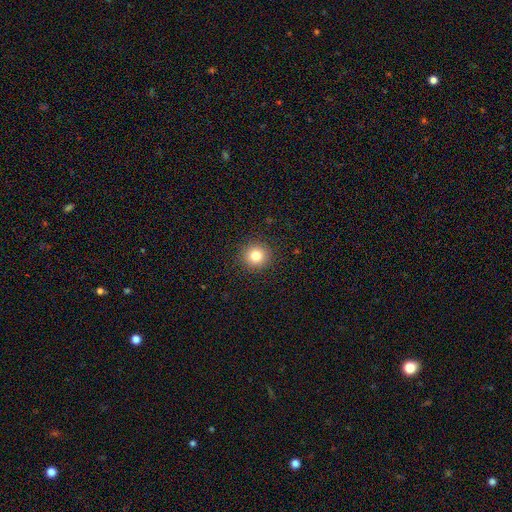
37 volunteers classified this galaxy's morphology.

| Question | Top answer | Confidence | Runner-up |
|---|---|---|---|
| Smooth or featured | smooth | 86% | star or artifact (8%) |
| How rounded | round | 91% | in between (9%) |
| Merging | none | 85% | minor disturbance (12%) |